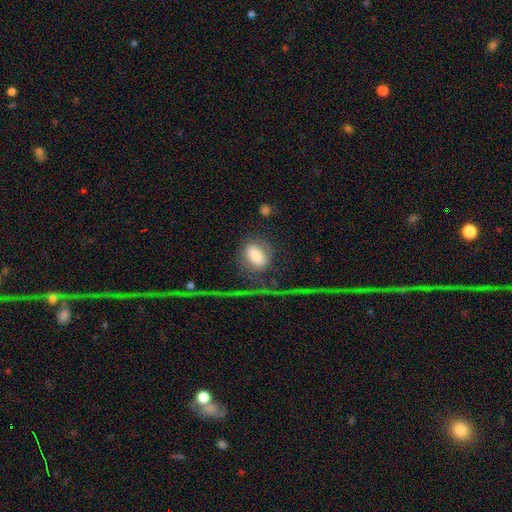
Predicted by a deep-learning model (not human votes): Overall: smooth (71%). How rounded: in between (79%). Merging: none (49%; major disturbance 29%).